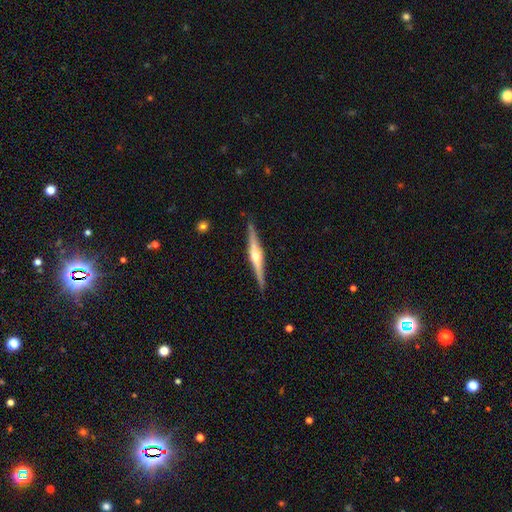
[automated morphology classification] The model was most divided on "smooth or featured": featured or disk: 79%, smooth: 16%, star or artifact: 5%. More confident: edge-on disk — yes (98%); edge-on bulge — rounded (91%); merging — none (89%).